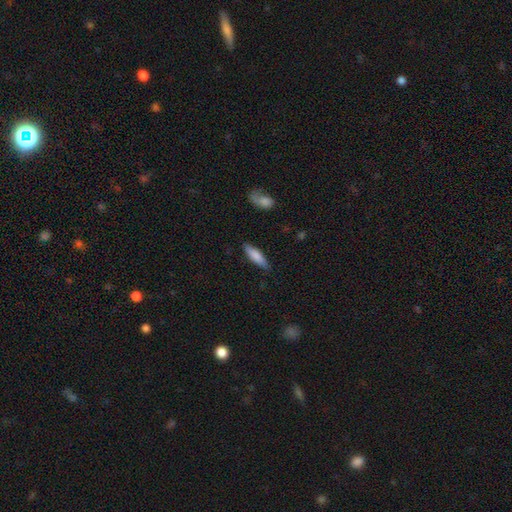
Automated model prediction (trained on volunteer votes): A smooth galaxy with no disk features (78%) that is cigar-shaped (61%). Merging: none (82%).